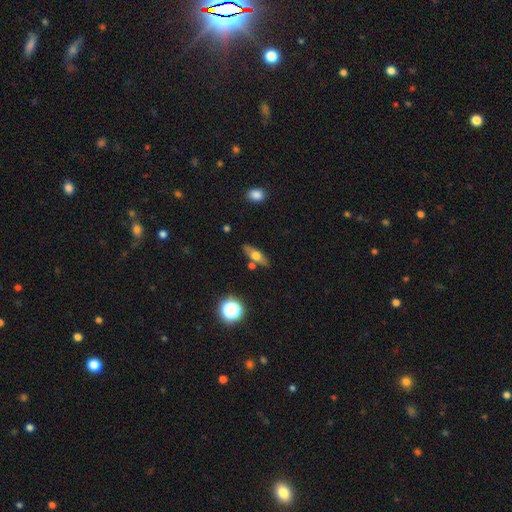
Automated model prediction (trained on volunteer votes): Smooth or featured: smooth — 51% (featured or disk — 40%)
How rounded: in between — 55% (cigar-shaped — 38%)
Merging: none — 79% (minor disturbance — 12%)